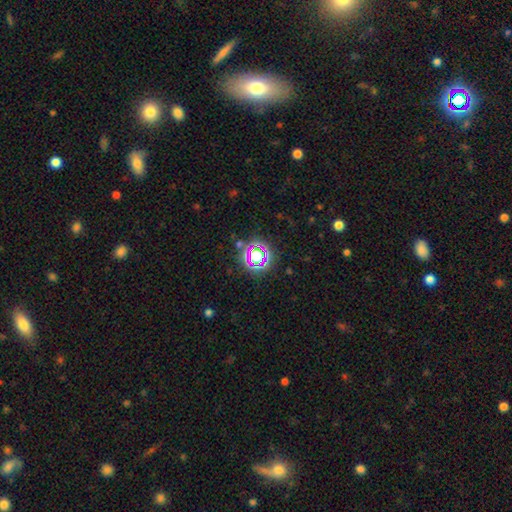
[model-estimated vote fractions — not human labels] star or artifact 63%, smooth 24%, featured or disk 12%.